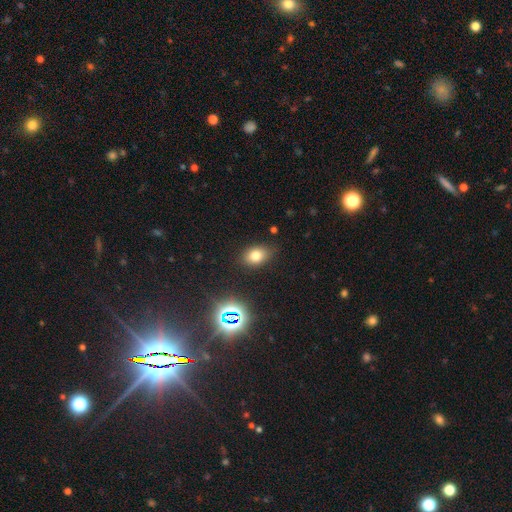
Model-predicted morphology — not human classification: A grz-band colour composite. It shows a smooth galaxy with no disk features (74%) that is in between round and cigar-shaped (72%). Merging: none (82%).